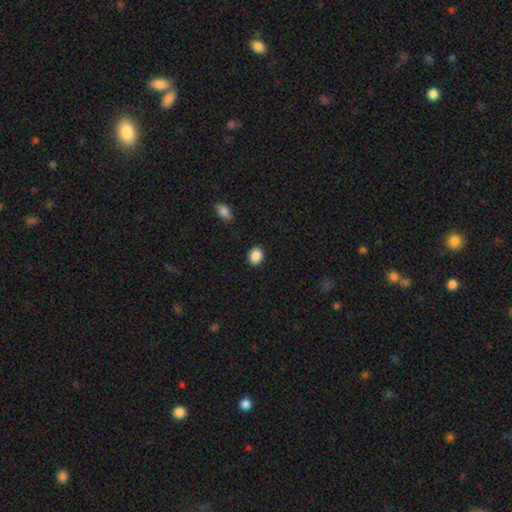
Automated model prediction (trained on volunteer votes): A smooth galaxy with no disk features (89%) that is in between round and cigar-shaped (54%).

Vote fractions:
- Smooth or featured? smooth: 89% / star or artifact: 8% / featured or disk: 3%
- How rounded? in between: 54% / round: 45% / cigar-shaped: 1%
- Merging? none: 89% / minor disturbance: 8% / major disturbance: 2% / merger: 1%